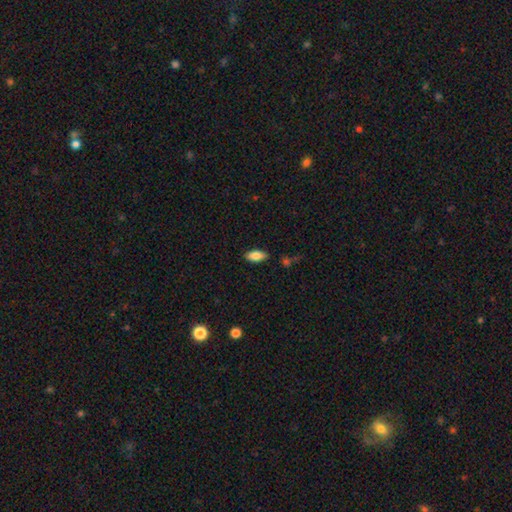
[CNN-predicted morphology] smooth-or-featured: smooth: 82% | featured or disk: 11% | star or artifact: 7%
  how-rounded: in between: 89% | cigar-shaped: 9% | round: 2%
  merging: none: 85% | minor disturbance: 10% | major disturbance: 2% | merger: 2%